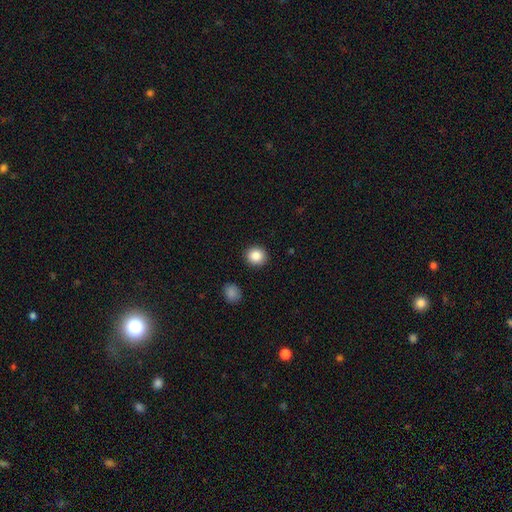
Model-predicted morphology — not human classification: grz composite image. It shows a smooth galaxy with no disk features (87%) that is round (84%). Merging: none (91%).